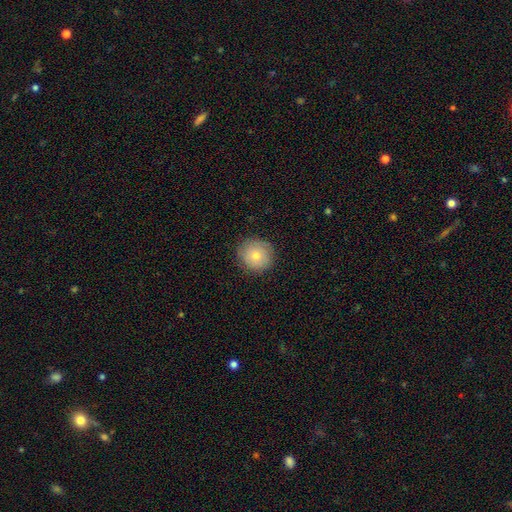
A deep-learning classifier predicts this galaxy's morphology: A smooth galaxy with no disk features (78%) that is round (92%). Merging: none (86%).